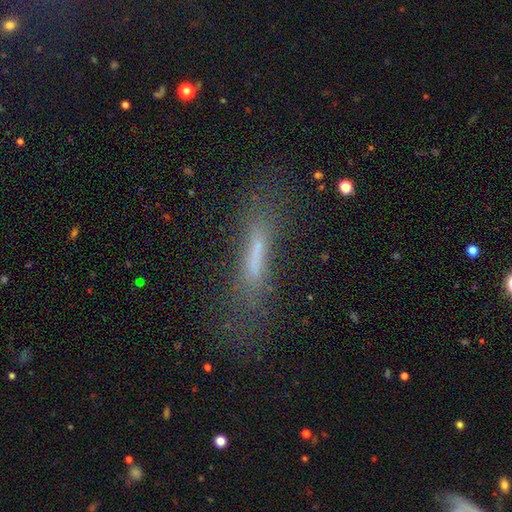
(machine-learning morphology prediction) This appears to be a smooth galaxy with no disk features (50%) that is cigar-shaped (88%). Merging: none (64%).